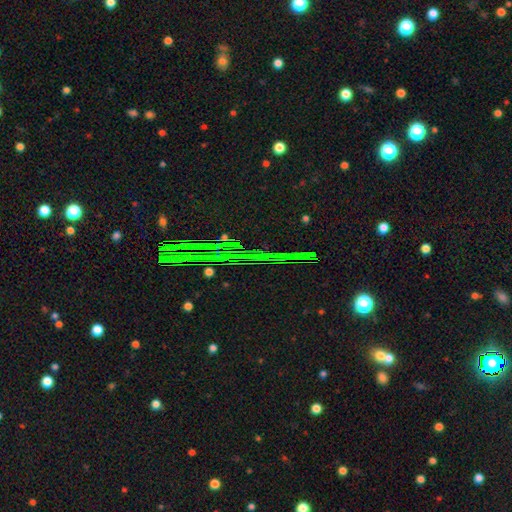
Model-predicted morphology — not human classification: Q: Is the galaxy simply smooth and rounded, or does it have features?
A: star or artifact — 79%.